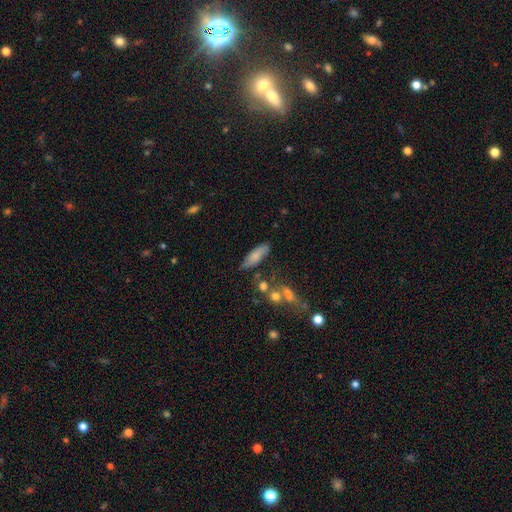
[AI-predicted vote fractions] The model was most divided on "how rounded": in between: 54%, cigar-shaped: 44%, round: 3%. More confident: smooth or featured — smooth (71%); merging — none (63%).